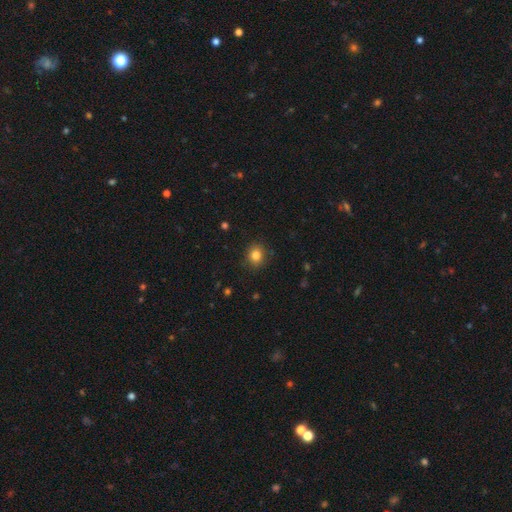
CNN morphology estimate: Smooth or featured: smooth — 83% (star or artifact — 11%)
How rounded: round — 79% (in between — 20%)
Merging: none — 87% (minor disturbance — 9%)